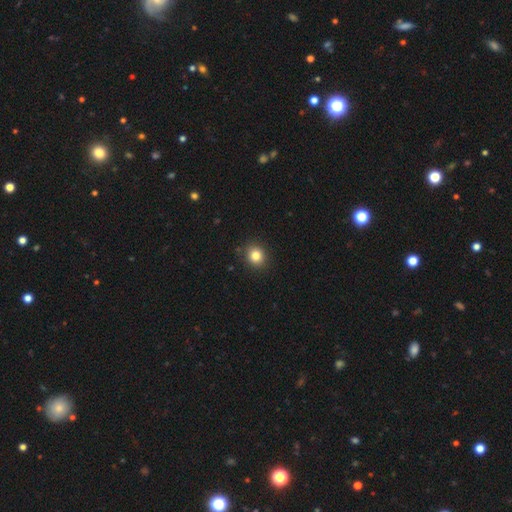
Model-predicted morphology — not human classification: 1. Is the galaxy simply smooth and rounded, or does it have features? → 82% smooth, 11% star or artifact, 6% featured or disk.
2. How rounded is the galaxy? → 78% round, 21% in between, 1% cigar-shaped.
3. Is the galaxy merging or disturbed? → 89% none, 8% minor disturbance, 2% major disturbance, 1% merger.